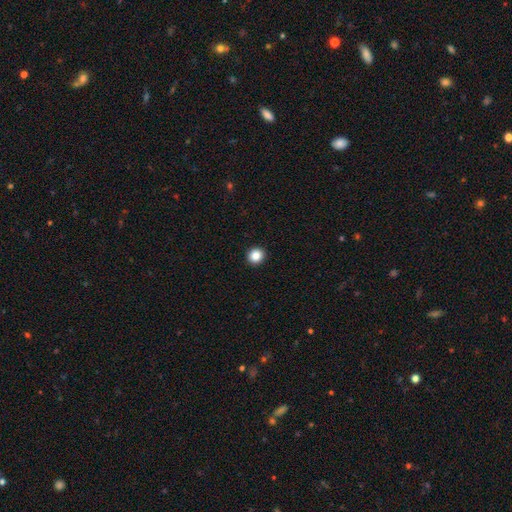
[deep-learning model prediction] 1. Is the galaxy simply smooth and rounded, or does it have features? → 86% smooth, 10% star or artifact, 4% featured or disk.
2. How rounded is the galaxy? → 90% round, 9% in between, 1% cigar-shaped.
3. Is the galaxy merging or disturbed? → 94% none, 4% minor disturbance, 1% major disturbance, 1% merger.